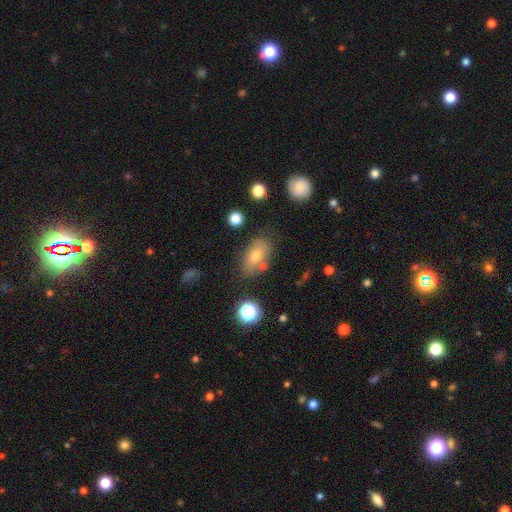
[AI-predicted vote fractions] Smooth or featured: smooth — 69% (featured or disk — 20%)
How rounded: in between — 87% (round — 10%)
Merging: none — 66% (minor disturbance — 18%)